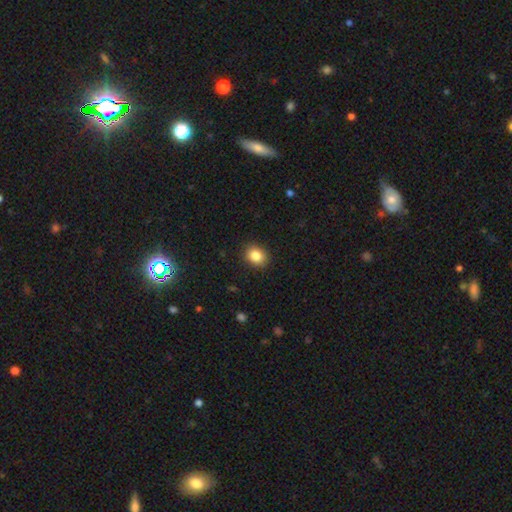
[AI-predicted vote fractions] smooth_or_featured: smooth (p=0.85) [alt: star or artifact p=0.10]
how_rounded: round (p=0.61) [alt: in between p=0.38]
merging: none (p=0.90) [alt: minor disturbance p=0.07]